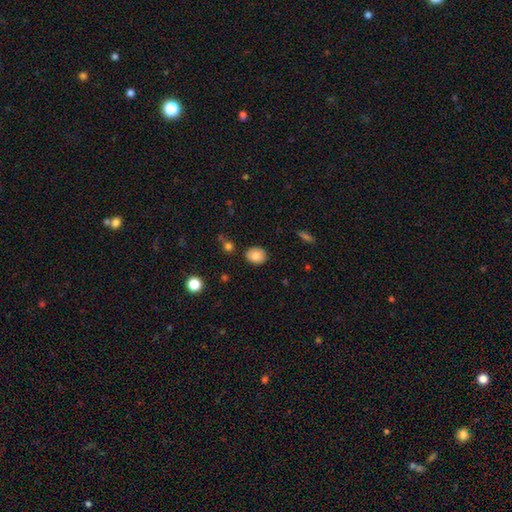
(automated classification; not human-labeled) Morphology: type=smooth (83%); roundness=in between (51%); merging=none (86%).